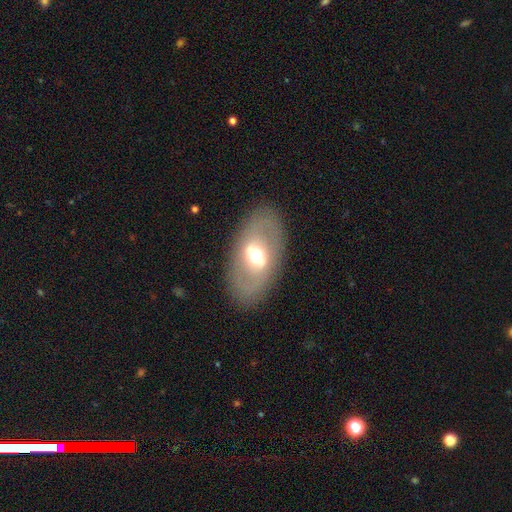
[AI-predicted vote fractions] Smooth or featured? featured or disk (55%)
Edge-on disk? no (84%)
Merging? none (83%)